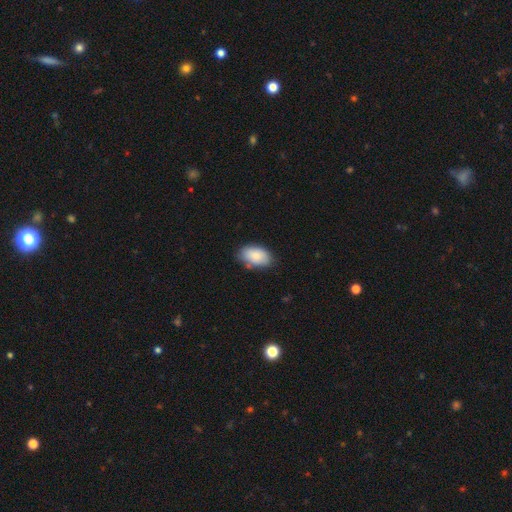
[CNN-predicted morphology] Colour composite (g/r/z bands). It shows a smooth galaxy with no disk features (87%) that is in between round and cigar-shaped (93%). Merging: none (76%).